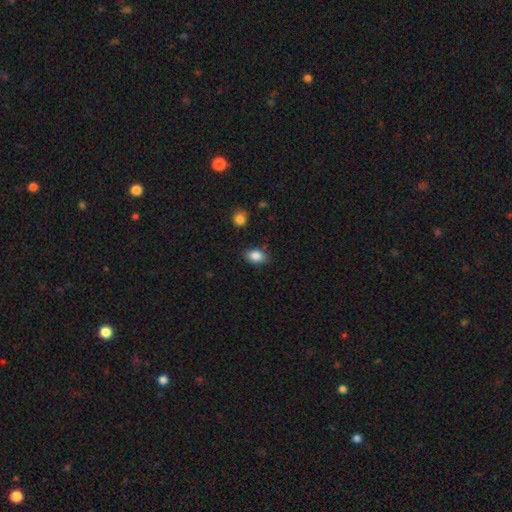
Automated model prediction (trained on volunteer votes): Q: Smooth or featured?
A: smooth (87%); runner-up: star or artifact (9%)
Q: How rounded?
A: in between (79%); runner-up: round (20%)
Q: Merging?
A: none (82%); runner-up: minor disturbance (14%)